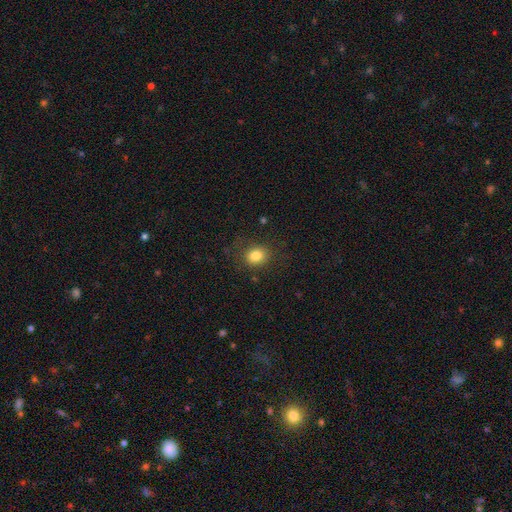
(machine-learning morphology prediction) type=smooth (82%); roundness=round (60%); merging=none (81%).